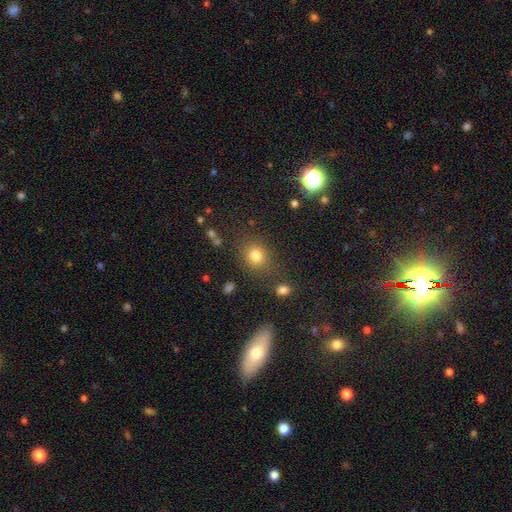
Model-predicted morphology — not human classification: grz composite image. It shows a smooth galaxy with no disk features (78%) that is round (73%). Merging: none (78%).